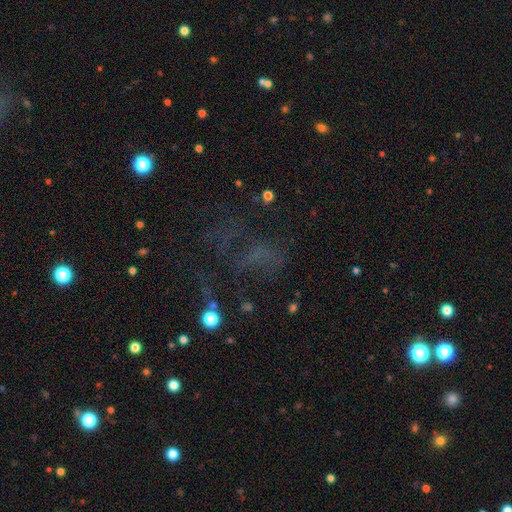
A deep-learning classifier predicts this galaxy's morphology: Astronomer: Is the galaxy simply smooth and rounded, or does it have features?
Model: star or artifact — 41% (runner-up: smooth, 30%).